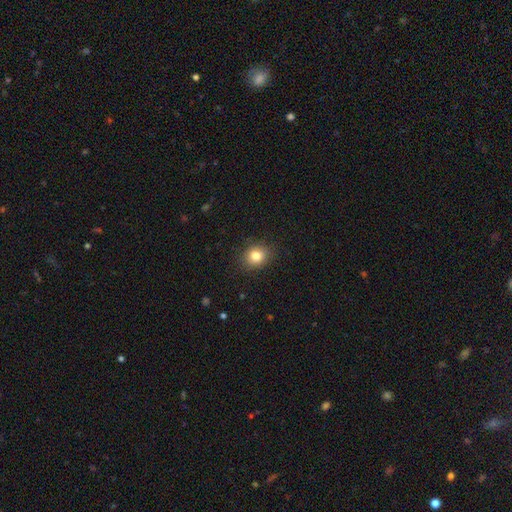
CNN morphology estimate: Smooth or featured? smooth (82%)
How rounded? round (68%)
Merging? none (87%)